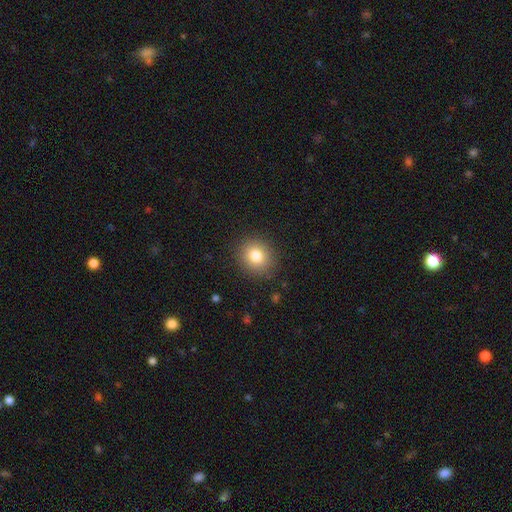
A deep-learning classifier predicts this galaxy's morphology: This appears to be a smooth galaxy with no disk features (80%) that is round (79%). Merging: none (89%).